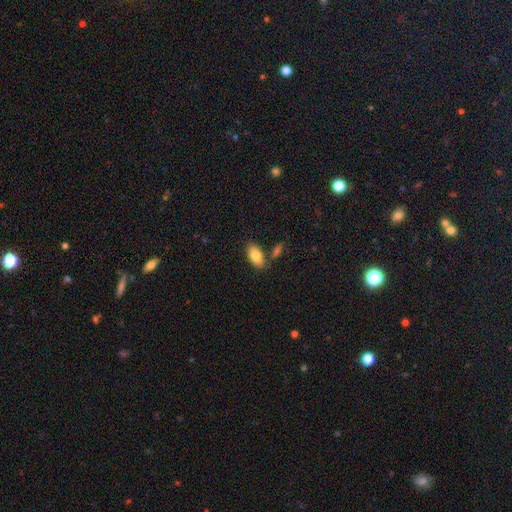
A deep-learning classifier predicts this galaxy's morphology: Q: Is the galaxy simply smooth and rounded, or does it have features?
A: smooth — 81%.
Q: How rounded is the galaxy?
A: in between — 93%.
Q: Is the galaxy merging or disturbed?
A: none — 74%.